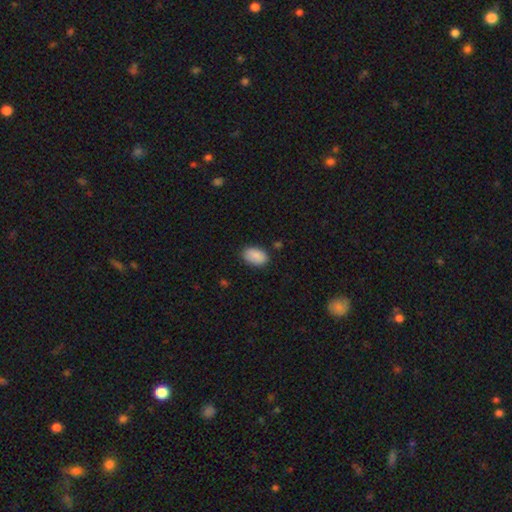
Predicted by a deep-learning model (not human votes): Smooth or featured? Predicted: smooth (p=0.89). How rounded? Predicted: in between (p=0.90). Merging? Predicted: none (p=0.83).